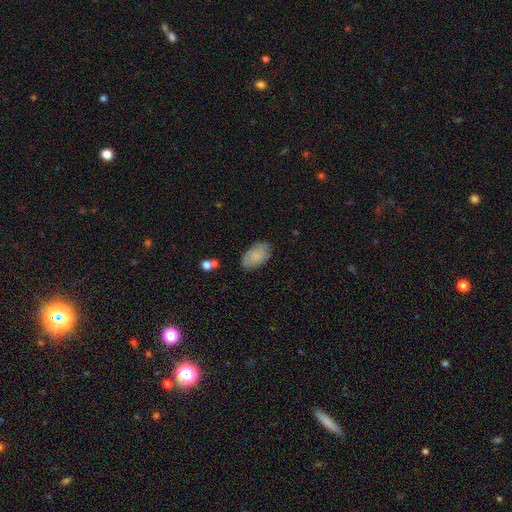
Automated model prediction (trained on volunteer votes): Smooth or featured? smooth (81%)
How rounded? in between (94%)
Merging? none (80%)